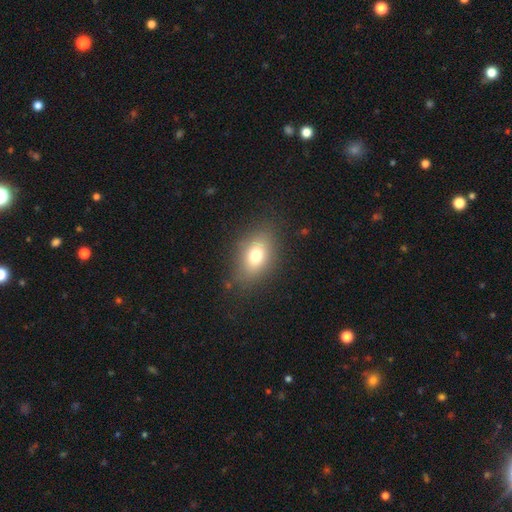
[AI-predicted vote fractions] smooth_or_featured: smooth (p=0.74) [alt: featured or disk p=0.15]
how_rounded: in between (p=0.80) [alt: round p=0.18]
merging: none (p=0.83) [alt: minor disturbance p=0.12]